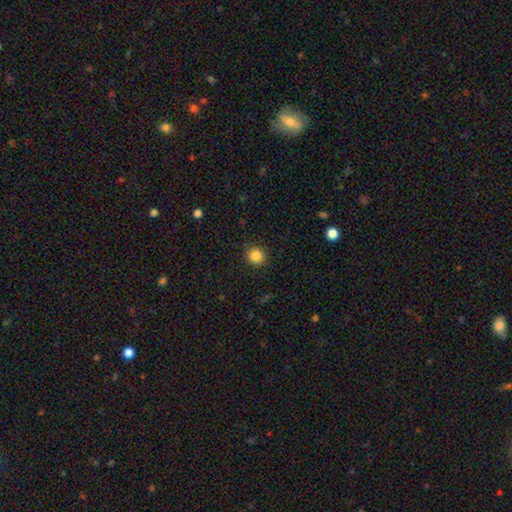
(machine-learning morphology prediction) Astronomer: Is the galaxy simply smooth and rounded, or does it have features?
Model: smooth — 86%.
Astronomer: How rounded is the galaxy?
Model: round — 91%.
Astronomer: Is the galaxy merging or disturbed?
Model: none — 91%.